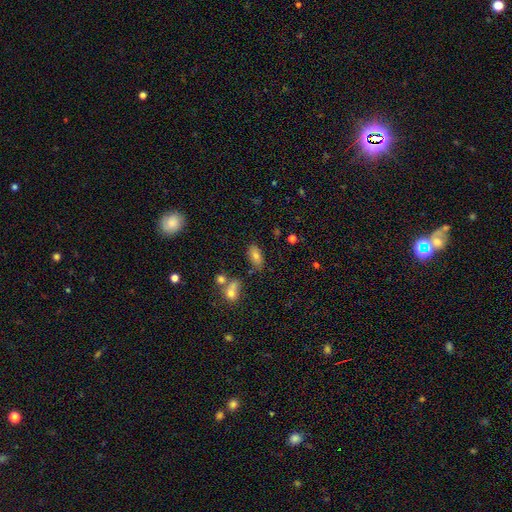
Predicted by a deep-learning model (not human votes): Q: Smooth or featured?
A: smooth (74%); runner-up: star or artifact (13%)
Q: How rounded?
A: in between (89%); runner-up: round (6%)
Q: Merging?
A: none (74%); runner-up: minor disturbance (14%)